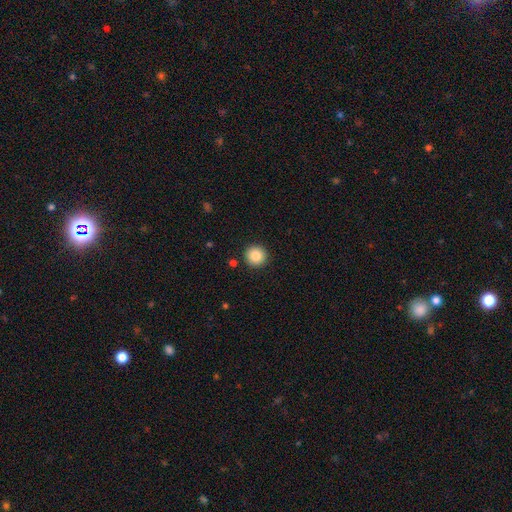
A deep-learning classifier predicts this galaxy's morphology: type=smooth (85%); roundness=round (96%); merging=none (92%).